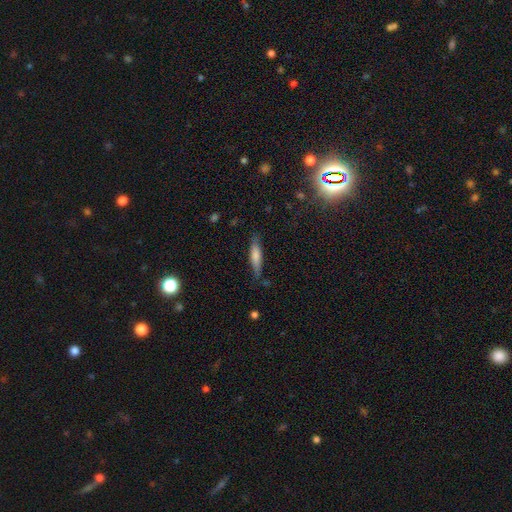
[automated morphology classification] Smooth or featured?
  - smooth: 66% *
  - featured or disk: 28%
  - star or artifact: 6%
How rounded?
  - cigar-shaped: 78% *
  - in between: 20%
  - round: 2%
Merging?
  - none: 77% *
  - minor disturbance: 18%
  - major disturbance: 4%
  - merger: 2%